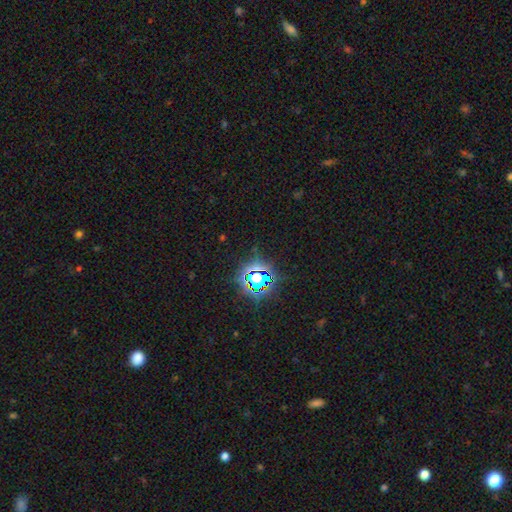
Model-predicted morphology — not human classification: The model was most divided on "smooth or featured": star or artifact: 78%, smooth: 14%, featured or disk: 8%.